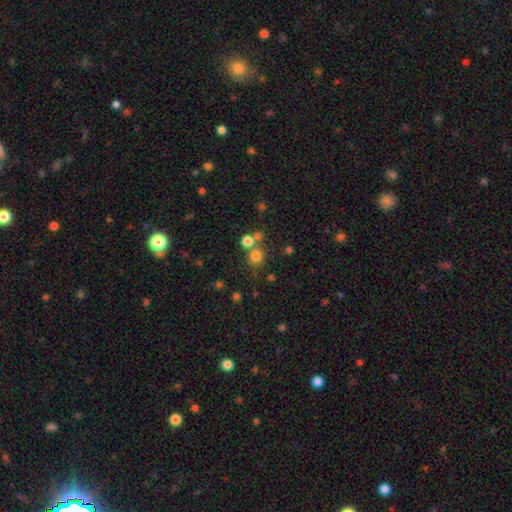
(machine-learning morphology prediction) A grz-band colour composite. It shows a smooth galaxy with no disk features (75%) that is round (88%). Merging: none (64%).